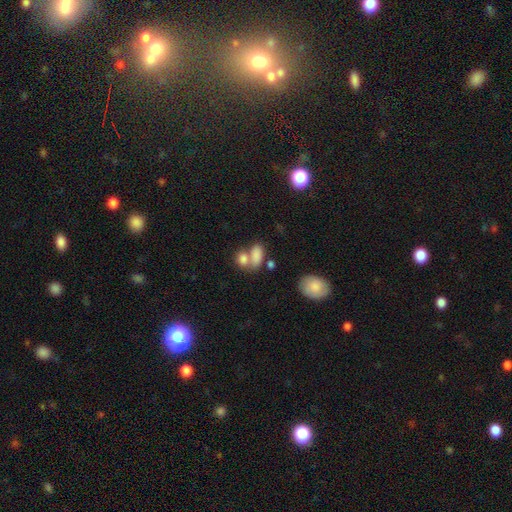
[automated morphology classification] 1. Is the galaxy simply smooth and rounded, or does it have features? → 82% smooth, 10% featured or disk, 8% star or artifact.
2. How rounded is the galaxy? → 86% in between, 10% round, 4% cigar-shaped.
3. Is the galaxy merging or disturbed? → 54% merger, 31% none, 10% minor disturbance, 6% major disturbance.